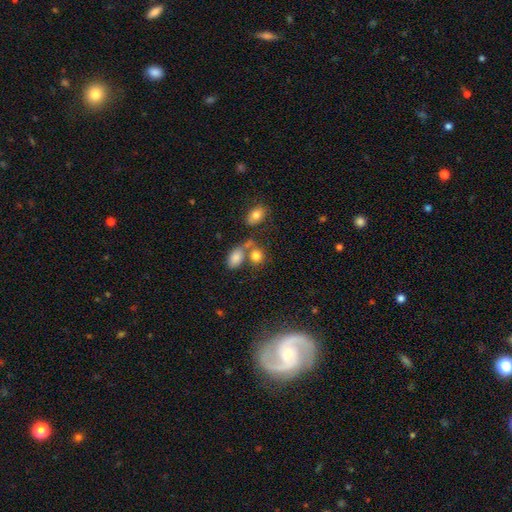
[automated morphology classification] smooth-or-featured: smooth: 80% | star or artifact: 11% | featured or disk: 9%
  how-rounded: in between: 50% | round: 48% | cigar-shaped: 2%
  merging: none: 45% | merger: 37% | minor disturbance: 12% | major disturbance: 7%